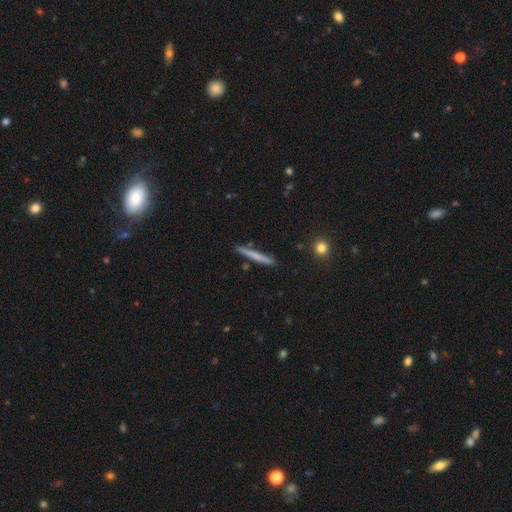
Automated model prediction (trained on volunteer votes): A smooth galaxy with no disk features (61%) that is cigar-shaped (96%). Merging: none (90%).